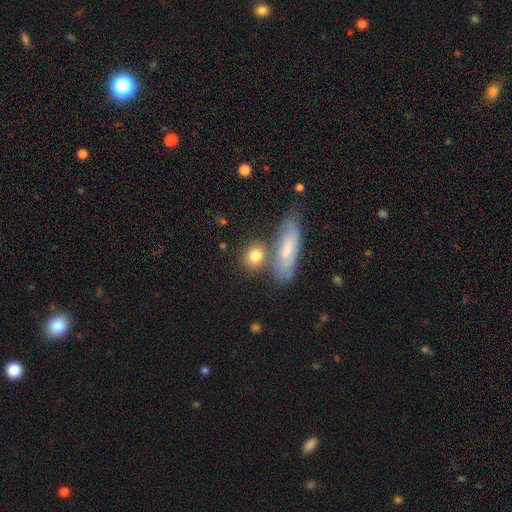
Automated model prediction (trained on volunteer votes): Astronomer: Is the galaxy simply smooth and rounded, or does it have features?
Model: smooth — 78%.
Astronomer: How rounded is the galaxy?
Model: round — 50% (runner-up: in between, 38%).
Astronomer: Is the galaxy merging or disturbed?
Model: none — 62%.